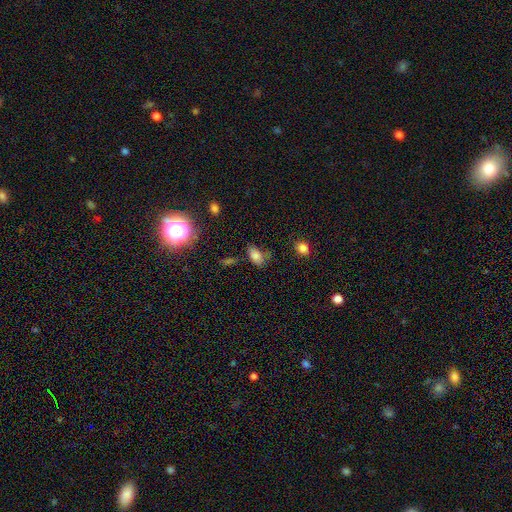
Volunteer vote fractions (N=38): Smooth or featured? 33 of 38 (87%) said smooth. How rounded? 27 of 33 (82%) said in between. Merging? 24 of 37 (65%) said none.